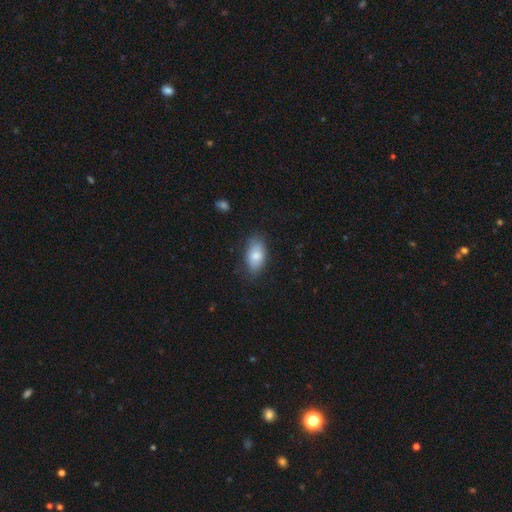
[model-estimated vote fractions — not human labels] A smooth galaxy with no disk features (81%) that is in between round and cigar-shaped (92%).

Vote fractions:
- Smooth or featured? smooth: 81% / featured or disk: 12% / star or artifact: 7%
- How rounded? in between: 92% / round: 5% / cigar-shaped: 3%
- Merging? none: 76% / minor disturbance: 18% / major disturbance: 4% / merger: 1%